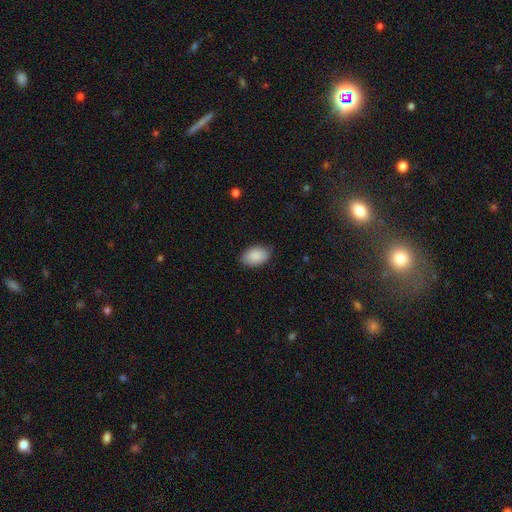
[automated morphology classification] This appears to be a smooth galaxy with no disk features (90%) that is in between round and cigar-shaped (91%). Merging: none (85%).